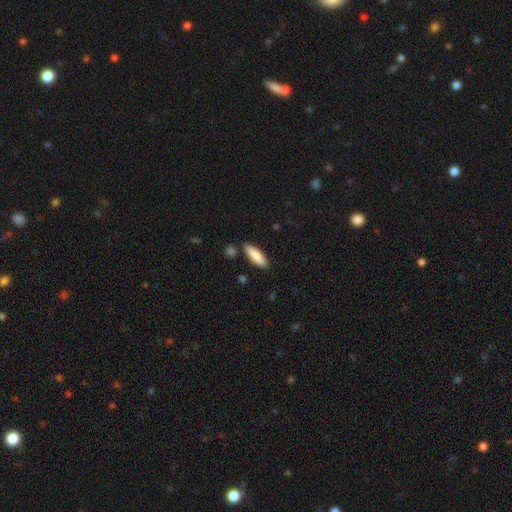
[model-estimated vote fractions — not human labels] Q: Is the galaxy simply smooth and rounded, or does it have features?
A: smooth — 86%.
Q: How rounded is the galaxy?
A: cigar-shaped — 50%.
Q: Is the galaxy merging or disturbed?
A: none — 84%.